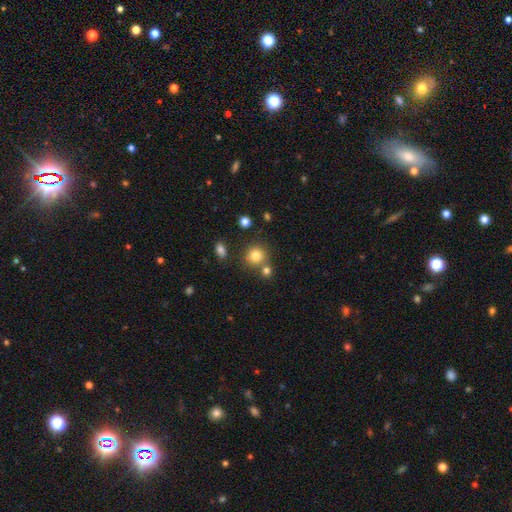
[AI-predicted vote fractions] smooth_or_featured: smooth (p=0.80) [alt: star or artifact p=0.13]
how_rounded: round (p=0.89) [alt: in between p=0.10]
merging: none (p=0.69) [alt: merger p=0.19]